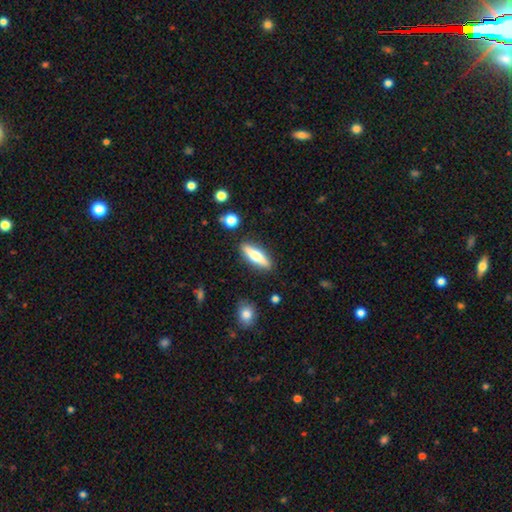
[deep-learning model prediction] This is possibly a smooth galaxy (53%). How rounded: likely cigar-shaped (60%). Merging: clearly none (87%).